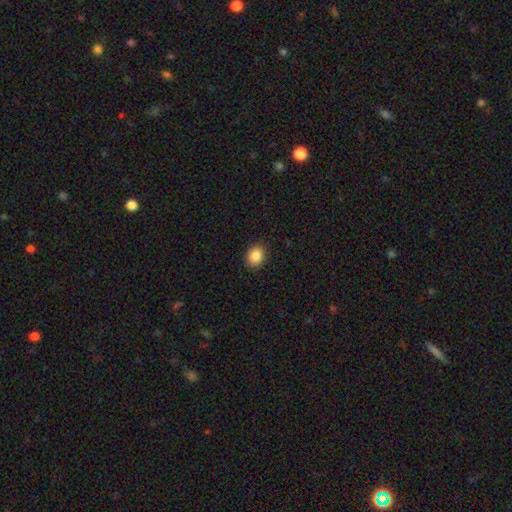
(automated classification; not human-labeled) smooth 88%, star or artifact 9%, featured or disk 4%. Down the decision tree: how rounded — round (53%); merging — none (89%).